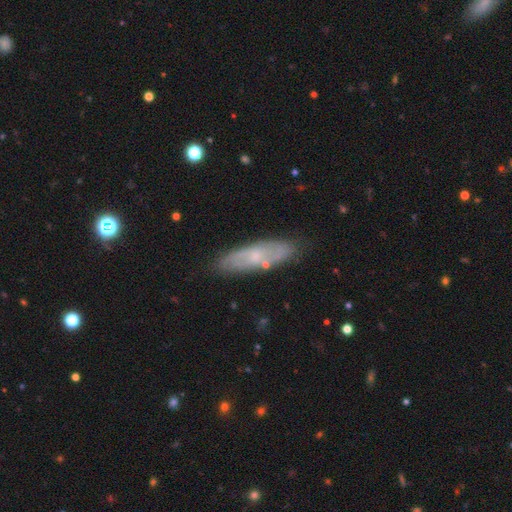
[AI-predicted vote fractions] Smooth or featured? featured or disk (48%)
Merging? none (78%)